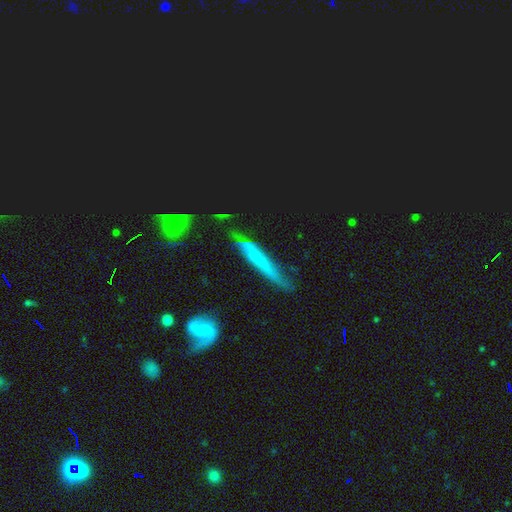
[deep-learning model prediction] Smooth or featured? Predicted: smooth (p=0.44). Merging? Predicted: none (p=0.59).